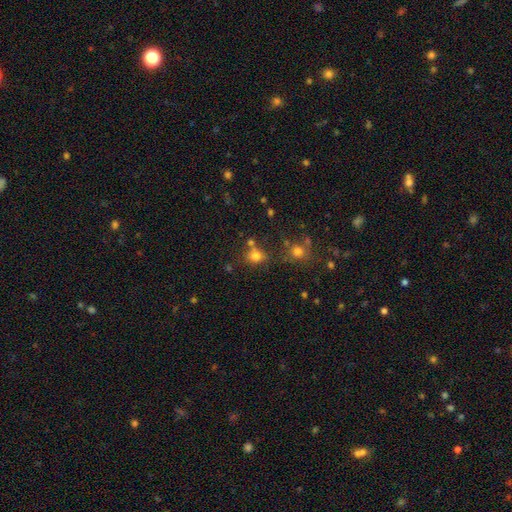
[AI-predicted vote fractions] A smooth galaxy with no disk features (76%) that is round (67%).

Vote fractions:
- Smooth or featured? smooth: 76% / star or artifact: 16% / featured or disk: 8%
- How rounded? round: 67% / in between: 32% / cigar-shaped: 1%
- Merging? none: 63% / merger: 18% / minor disturbance: 14% / major disturbance: 5%